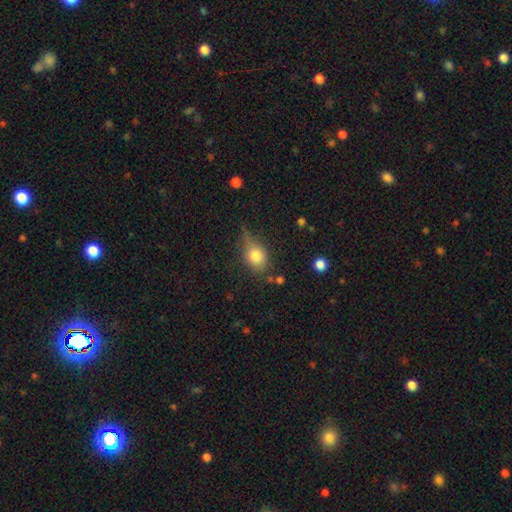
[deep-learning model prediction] Smooth or featured?
  - smooth: 77% *
  - featured or disk: 13%
  - star or artifact: 10%
How rounded?
  - in between: 61% *
  - round: 36%
  - cigar-shaped: 3%
Merging?
  - none: 51% *
  - minor disturbance: 33%
  - major disturbance: 12%
  - merger: 4%